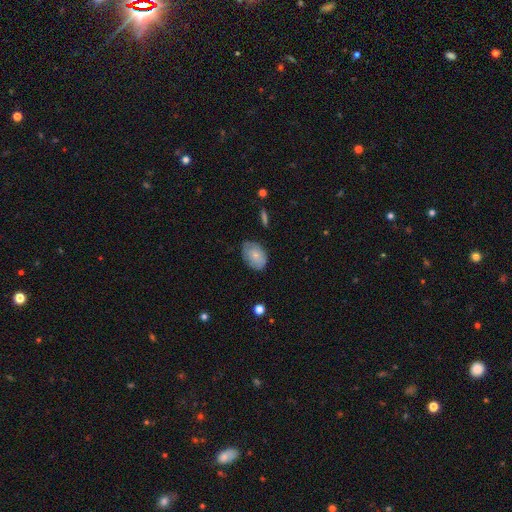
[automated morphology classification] type=smooth (71%); roundness=in between (84%); merging=none (72%).